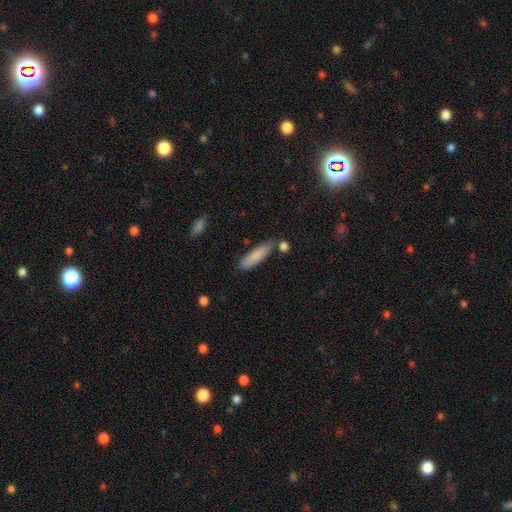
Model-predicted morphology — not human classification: Smooth or featured? Predicted: smooth (p=0.82). How rounded? Predicted: cigar-shaped (p=0.68). Merging? Predicted: none (p=0.74).